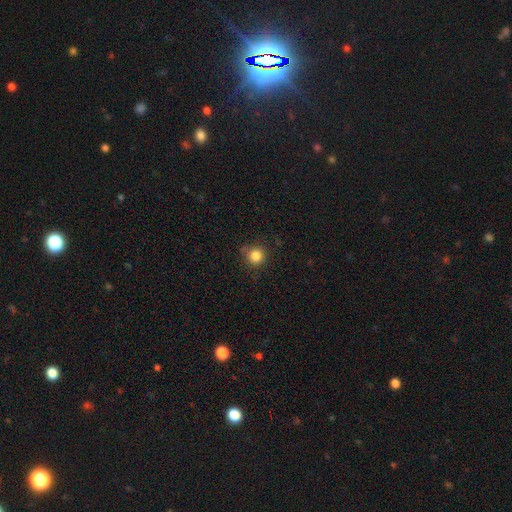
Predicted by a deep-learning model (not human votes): Smooth or featured? smooth (83%)
How rounded? round (91%)
Merging? none (78%)